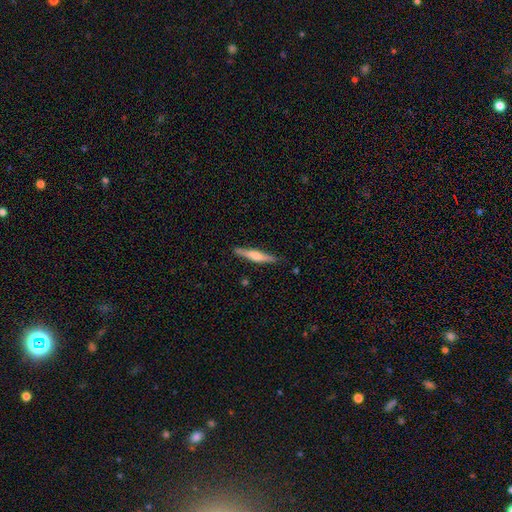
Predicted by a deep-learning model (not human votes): smooth_or_featured: featured or disk (p=0.53) [alt: smooth p=0.41]
disk_edge_on: yes (p=0.96) [alt: no p=0.04]
edge_on_bulge: rounded (p=0.66) [alt: boxy p=0.19]
merging: none (p=0.86) [alt: minor disturbance p=0.11]